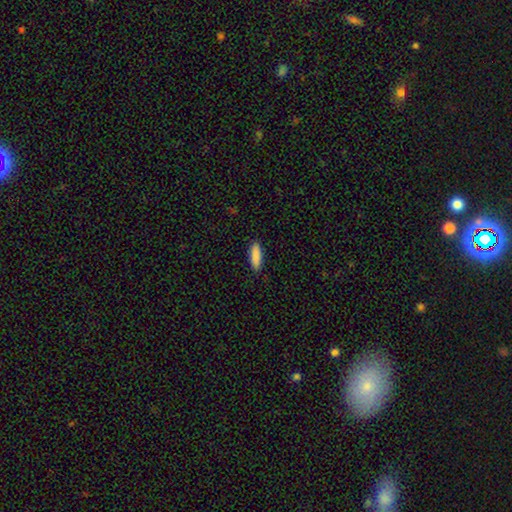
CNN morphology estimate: smooth_or_featured: smooth (p=0.89) [alt: star or artifact p=0.06]
how_rounded: in between (p=0.51) [alt: cigar-shaped p=0.47]
merging: none (p=0.89) [alt: minor disturbance p=0.08]